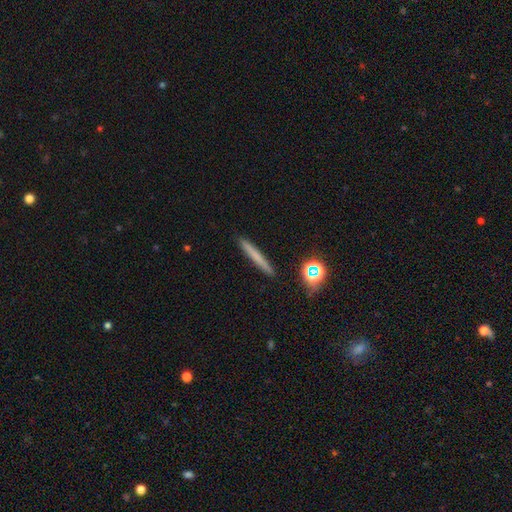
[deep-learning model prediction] smooth_or_featured: smooth (p=0.63) [alt: featured or disk p=0.27]
how_rounded: cigar-shaped (p=0.96) [alt: in between p=0.03]
merging: none (p=0.91) [alt: minor disturbance p=0.06]